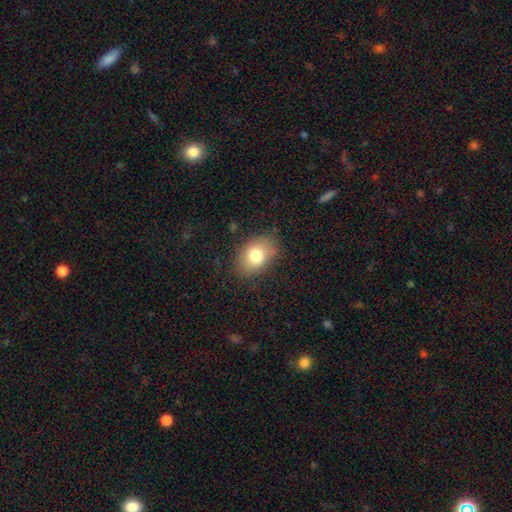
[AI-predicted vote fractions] Morphology: type=smooth (78%); roundness=in between (78%); merging=none (80%).